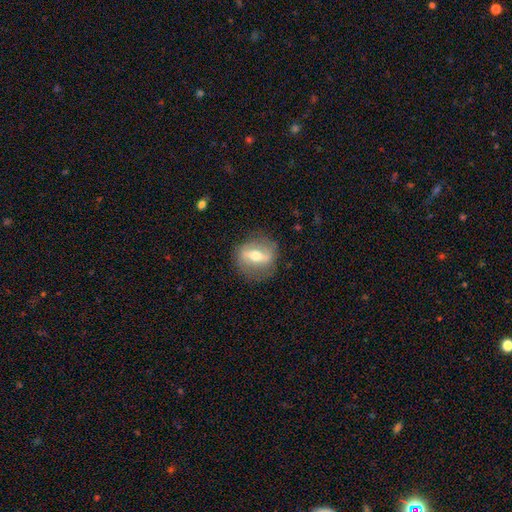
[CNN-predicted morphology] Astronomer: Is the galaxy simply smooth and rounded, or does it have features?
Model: featured or disk — 66%.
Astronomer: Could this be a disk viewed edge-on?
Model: no — 72%.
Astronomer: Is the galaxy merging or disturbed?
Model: none — 79%.